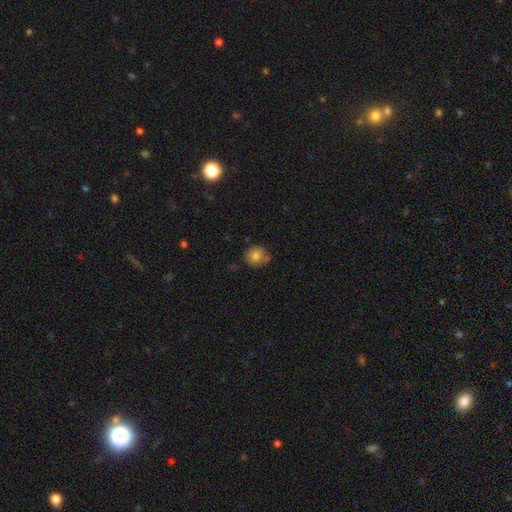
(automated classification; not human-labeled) smooth-or-featured: smooth: 79% | featured or disk: 13% | star or artifact: 9%
  how-rounded: round: 79% | in between: 20% | cigar-shaped: 1%
  merging: none: 69% | minor disturbance: 23% | major disturbance: 4% | merger: 3%